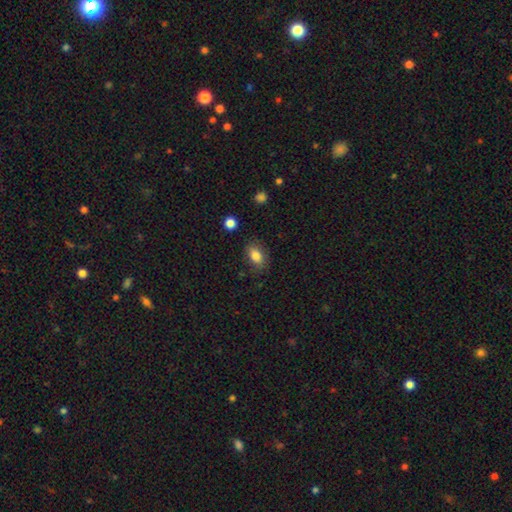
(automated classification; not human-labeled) Q: Smooth or featured?
A: smooth (83%); runner-up: featured or disk (9%)
Q: How rounded?
A: in between (86%); runner-up: round (11%)
Q: Merging?
A: none (79%); runner-up: minor disturbance (15%)